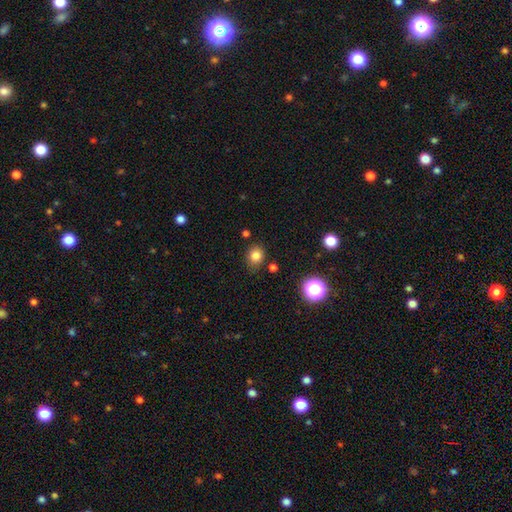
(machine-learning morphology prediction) Smooth or featured: smooth — 81% (star or artifact — 14%)
How rounded: round — 67% (in between — 32%)
Merging: none — 82% (minor disturbance — 12%)